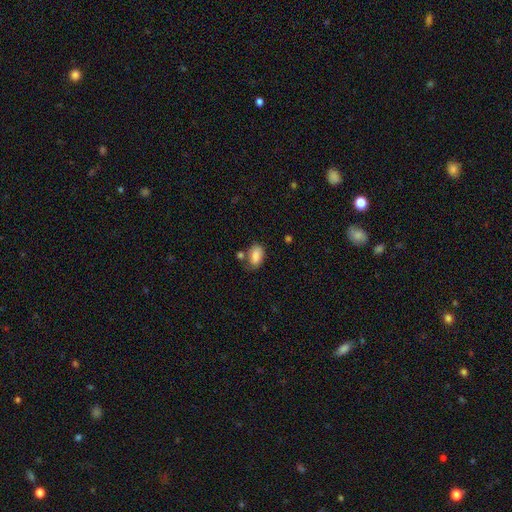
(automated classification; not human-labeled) smooth-or-featured: smooth: 85% | star or artifact: 8% | featured or disk: 7%
  how-rounded: in between: 90% | round: 8% | cigar-shaped: 2%
  merging: none: 61% | minor disturbance: 20% | merger: 14% | major disturbance: 6%